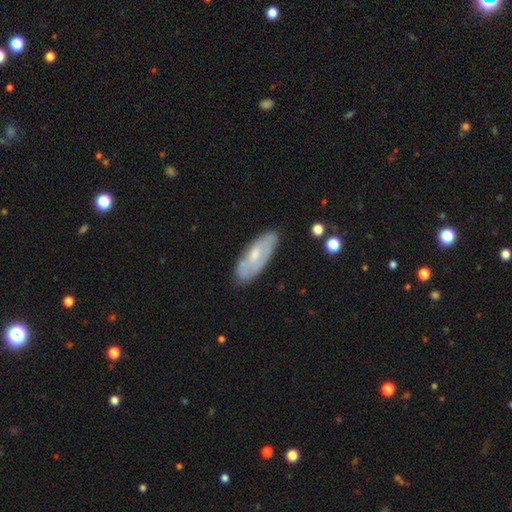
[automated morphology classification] A smooth galaxy with no disk features (49%).

Vote fractions:
- Smooth or featured? smooth: 49% / featured or disk: 44% / star or artifact: 7%
- Merging? none: 73% / minor disturbance: 20% / major disturbance: 5% / merger: 3%